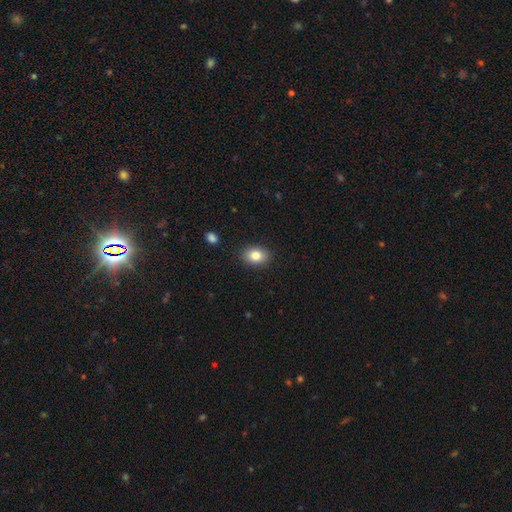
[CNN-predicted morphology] A smooth galaxy with no disk features (83%) that is in between round and cigar-shaped (71%). Merging: none (89%).